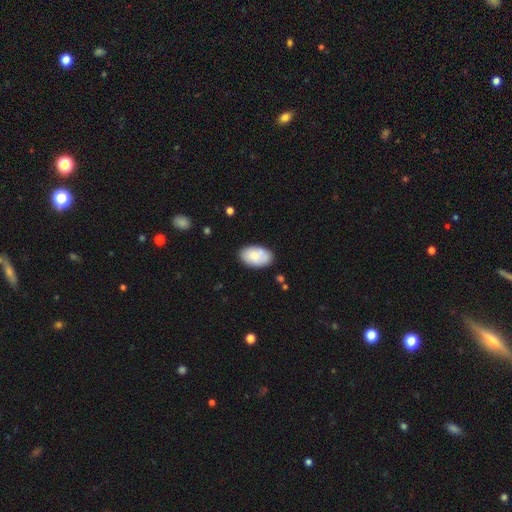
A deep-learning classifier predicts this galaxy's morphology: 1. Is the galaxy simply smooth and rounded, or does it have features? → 75% smooth, 18% featured or disk, 6% star or artifact.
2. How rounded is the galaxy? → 93% in between, 5% round, 1% cigar-shaped.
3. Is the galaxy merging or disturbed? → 73% none, 17% minor disturbance, 7% merger, 4% major disturbance.